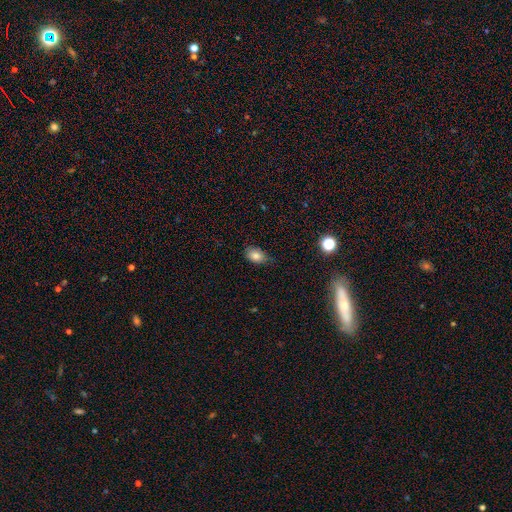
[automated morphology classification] This is clearly a smooth galaxy (81%). How rounded: likely in between (76%). Merging: likely none (60%).